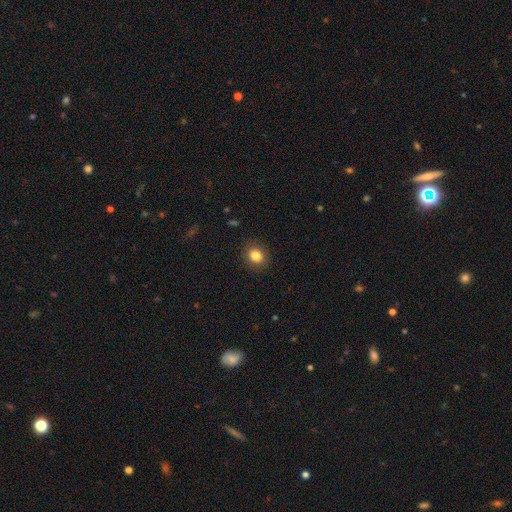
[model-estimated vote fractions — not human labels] Smooth or featured: smooth — 83% (star or artifact — 10%)
How rounded: round — 66% (in between — 33%)
Merging: none — 88% (minor disturbance — 9%)